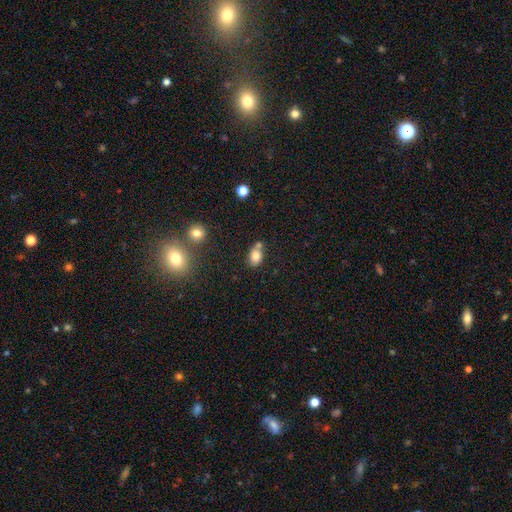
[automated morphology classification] Smooth or featured?
  - smooth: 79% *
  - star or artifact: 11%
  - featured or disk: 10%
How rounded?
  - in between: 71% *
  - round: 27%
  - cigar-shaped: 2%
Merging?
  - none: 46% *
  - merger: 33%
  - minor disturbance: 15%
  - major disturbance: 5%